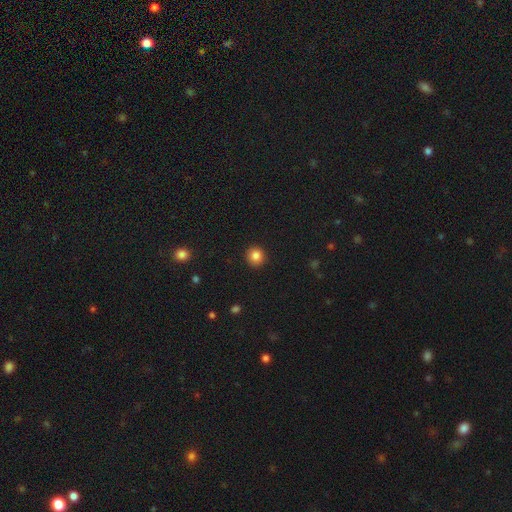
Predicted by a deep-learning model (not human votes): Q: Smooth or featured?
A: smooth (84%); runner-up: star or artifact (11%)
Q: How rounded?
A: round (93%); runner-up: in between (6%)
Q: Merging?
A: none (92%); runner-up: minor disturbance (5%)